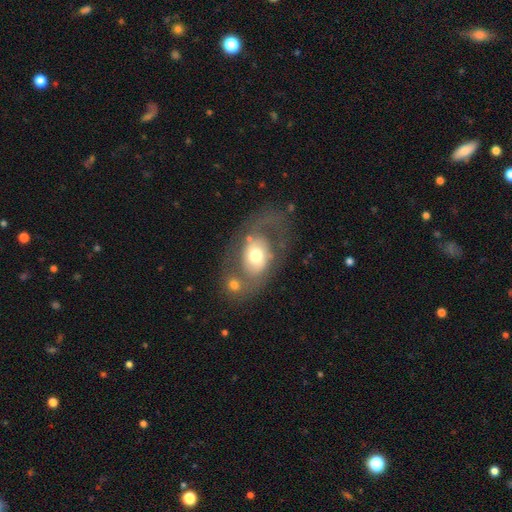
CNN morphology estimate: A featured or disk galaxy (53%).

Vote fractions:
- Smooth or featured? featured or disk: 53% / smooth: 40% / star or artifact: 7%
- Edge-on disk? no: 94% / yes: 6%
- Merging? none: 46% / major disturbance: 19% / minor disturbance: 19% / merger: 16%